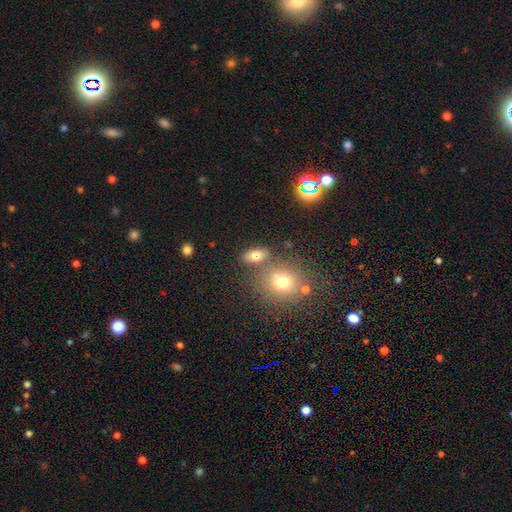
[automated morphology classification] Smooth or featured?
  - smooth: 75% *
  - star or artifact: 14%
  - featured or disk: 10%
How rounded?
  - in between: 80% *
  - round: 17%
  - cigar-shaped: 4%
Merging?
  - none: 69% *
  - merger: 15%
  - minor disturbance: 12%
  - major disturbance: 4%